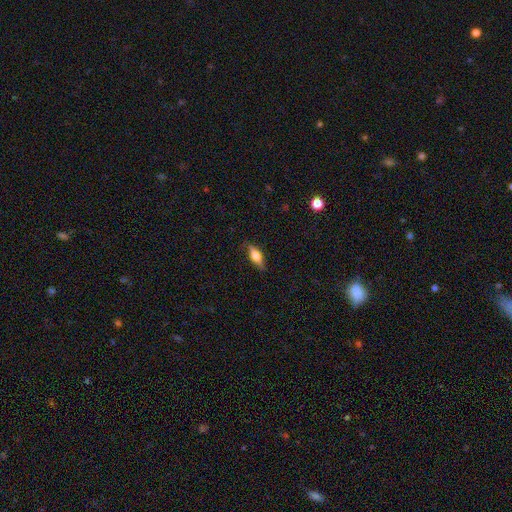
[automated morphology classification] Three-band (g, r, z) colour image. It shows a smooth galaxy with no disk features (50%). Merging: none (81%).